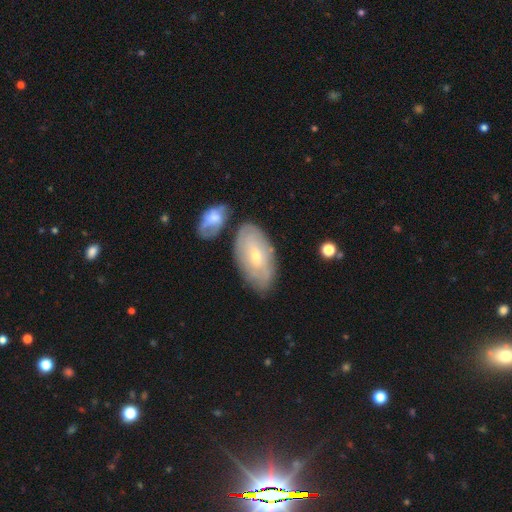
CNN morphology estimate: A featured or disk galaxy (57%) with no bar (70%), spiral arms (62%) and a small central bulge (65%). Merging: none (68%).